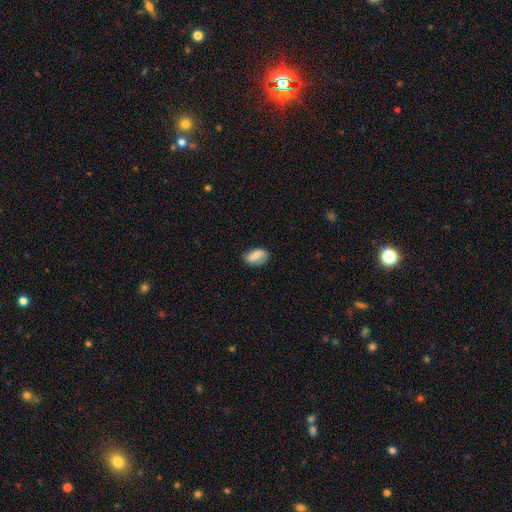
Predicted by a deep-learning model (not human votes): smooth-or-featured: smooth: 72% | featured or disk: 20% | star or artifact: 8%
  how-rounded: in between: 89% | round: 8% | cigar-shaped: 3%
  merging: none: 74% | minor disturbance: 20% | major disturbance: 5% | merger: 2%